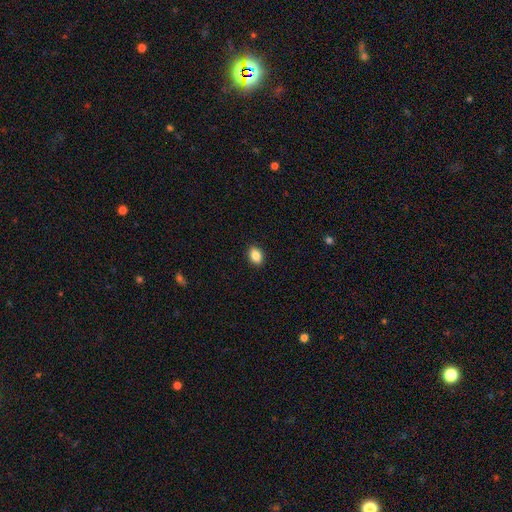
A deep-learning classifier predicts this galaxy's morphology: smooth_or_featured: smooth (p=0.86) [alt: star or artifact p=0.08]
how_rounded: in between (p=0.78) [alt: round p=0.21]
merging: none (p=0.90) [alt: minor disturbance p=0.07]